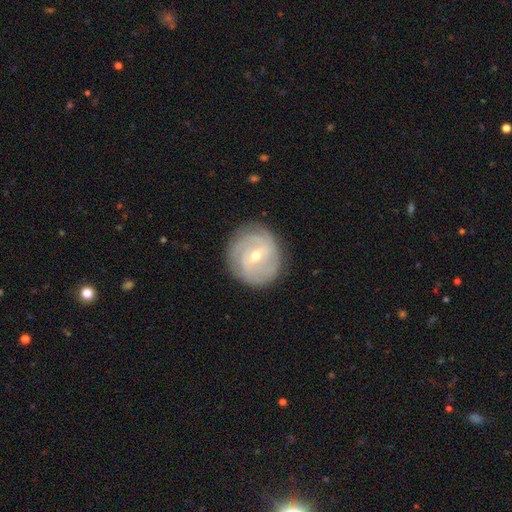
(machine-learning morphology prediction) Overall: featured or disk (80%). Edge-on disk: no (97%). Bar: weak (53%; no 28%). Spiral arms: yes (92%). Spiral arm count: can't tell (33%; 3 24%). Spiral winding: tight (65%; medium 27%). Bulge size: small (52%; moderate 46%). Merging: none (83%).